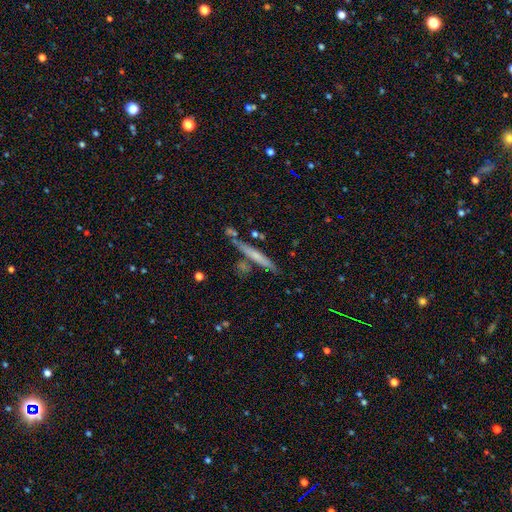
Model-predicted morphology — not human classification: smooth-or-featured: smooth: 49% | featured or disk: 44% | star or artifact: 7%
  merging: none: 77% | minor disturbance: 12% | merger: 8% | major disturbance: 3%